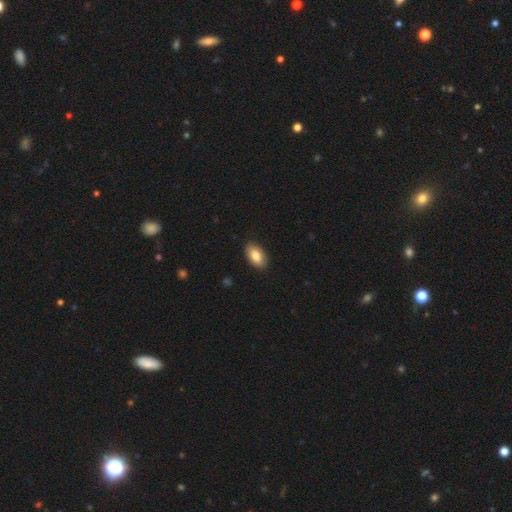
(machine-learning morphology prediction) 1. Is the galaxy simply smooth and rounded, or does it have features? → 84% smooth, 10% featured or disk, 6% star or artifact.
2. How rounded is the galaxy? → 94% in between, 4% round, 3% cigar-shaped.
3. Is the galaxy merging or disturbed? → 89% none, 9% minor disturbance, 2% major disturbance, 1% merger.